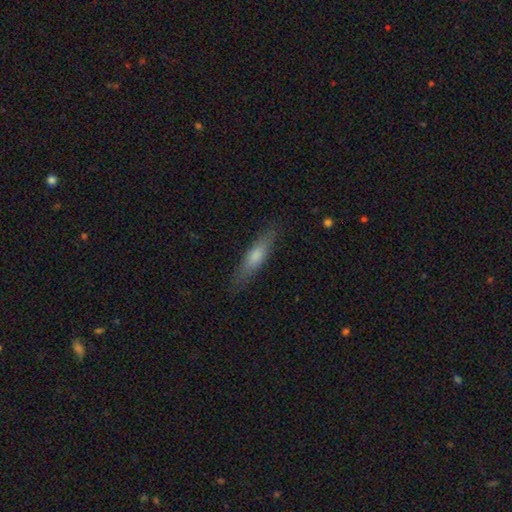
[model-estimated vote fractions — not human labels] smooth 63%, featured or disk 31%, star or artifact 6%. Down the decision tree: how rounded — cigar-shaped (79%); merging — none (84%).